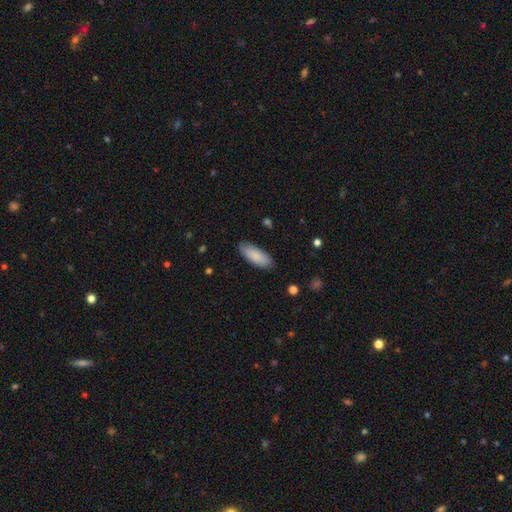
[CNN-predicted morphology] This appears to be a smooth galaxy with no disk features (87%) that is in between round and cigar-shaped (75%). Merging: none (85%).